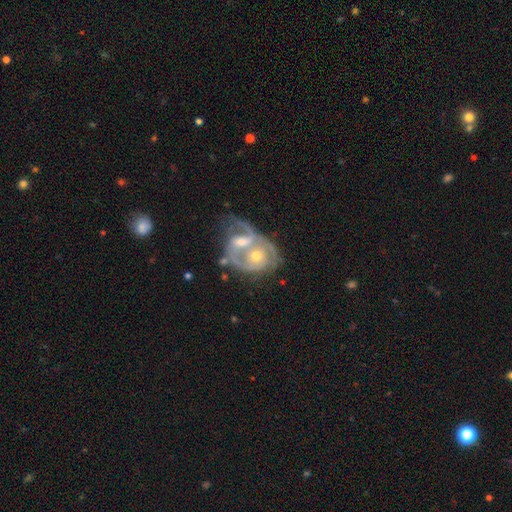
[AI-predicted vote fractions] Smooth or featured: featured or disk — 80% (smooth — 14%)
Edge-on disk: no — 97% (yes — 3%)
Bar: no — 57% (weak — 32%)
Spiral arms: yes — 87% (no — 13%)
Spiral winding: medium — 43% (tight — 40%)
Spiral arm count: 2 — 71% (can't tell — 15%)
Bulge size: moderate — 64% (small — 29%)
Merging: merger — 71% (none — 16%)